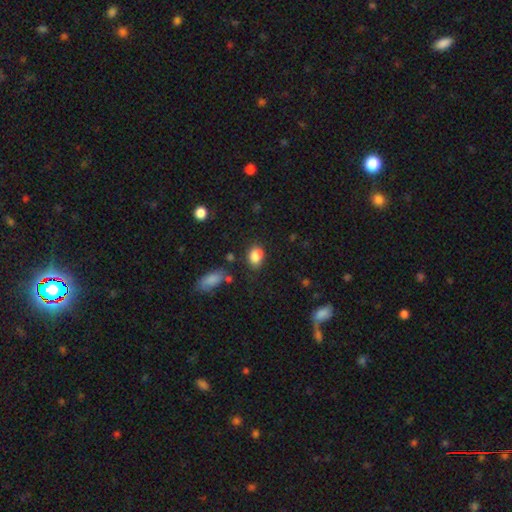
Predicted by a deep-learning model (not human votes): The model was most divided on "how rounded": in between: 72%, round: 26%, cigar-shaped: 2%. More confident: smooth or featured — smooth (85%); merging — none (71%).